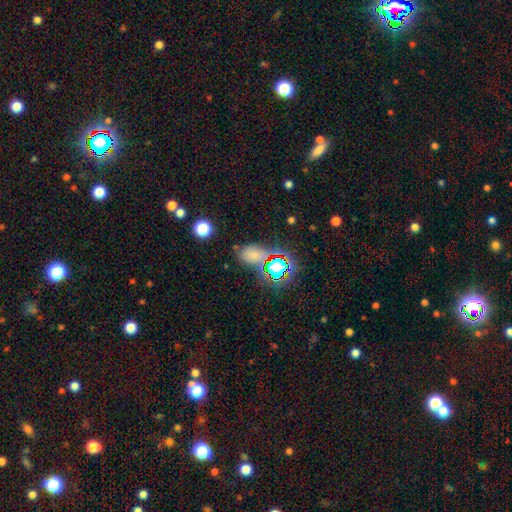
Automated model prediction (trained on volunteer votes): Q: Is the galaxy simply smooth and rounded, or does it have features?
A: smooth — 51%.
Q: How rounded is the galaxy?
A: in between — 72%.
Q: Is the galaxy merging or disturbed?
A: none — 62%.